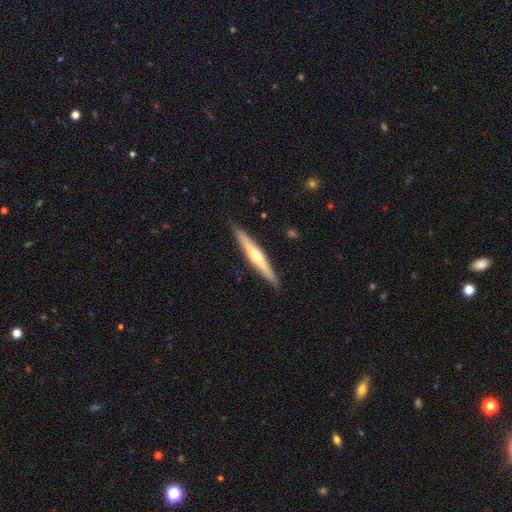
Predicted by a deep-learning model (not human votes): Smooth or featured? Predicted: featured or disk (p=0.60). Edge-on disk? Predicted: yes (p=0.96). Edge-on bulge? Predicted: rounded (p=0.82). Merging? Predicted: none (p=0.90).